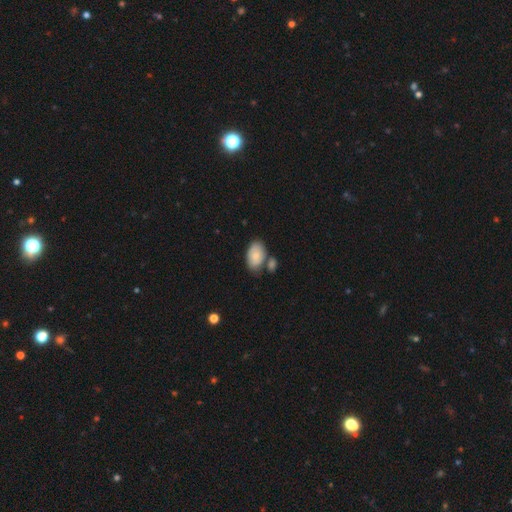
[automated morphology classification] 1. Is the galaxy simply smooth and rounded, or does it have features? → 75% smooth, 19% featured or disk, 6% star or artifact.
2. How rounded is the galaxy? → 92% in between, 7% round, 1% cigar-shaped.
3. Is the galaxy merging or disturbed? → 54% none, 22% merger, 19% minor disturbance, 5% major disturbance.